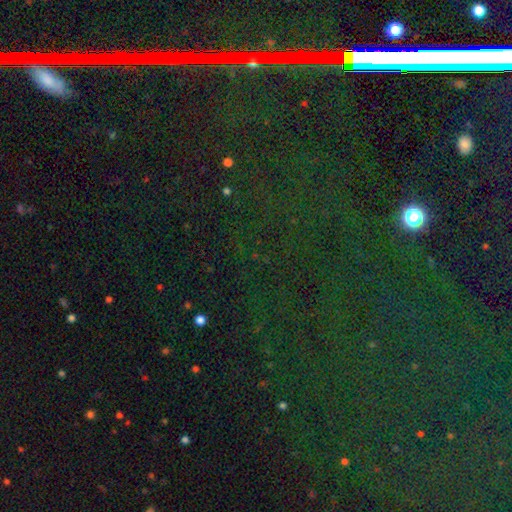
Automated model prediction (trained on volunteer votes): Overall: star or artifact (83%).